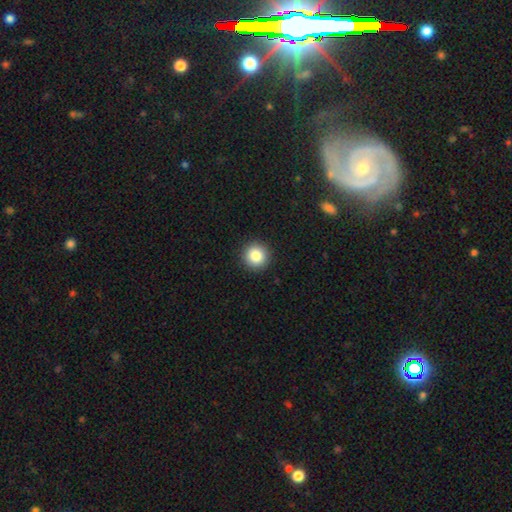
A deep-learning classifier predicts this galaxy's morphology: Smooth or featured? smooth (84%)
How rounded? round (95%)
Merging? none (93%)